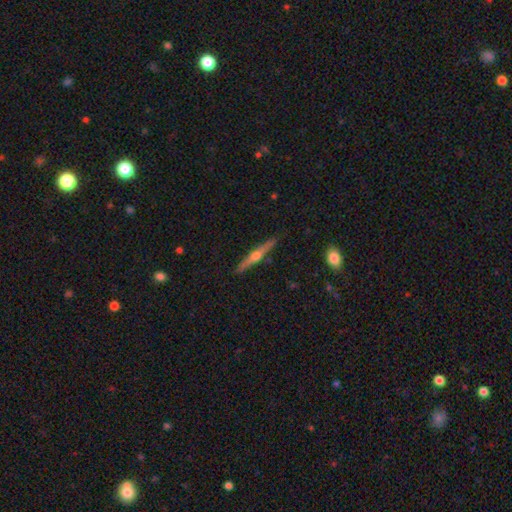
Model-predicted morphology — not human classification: Overall: featured or disk (73%). Edge-on disk: yes (98%). Edge-on bulge: rounded (93%). Merging: none (90%).